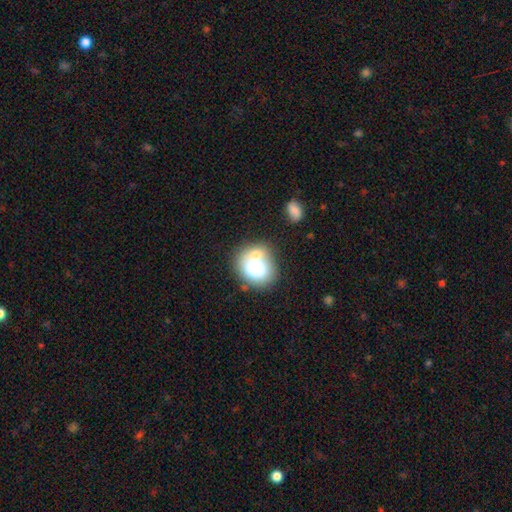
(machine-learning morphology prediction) Smooth or featured? Predicted: smooth (p=0.73). How rounded? Predicted: round (p=0.58). Merging? Predicted: none (p=0.40).